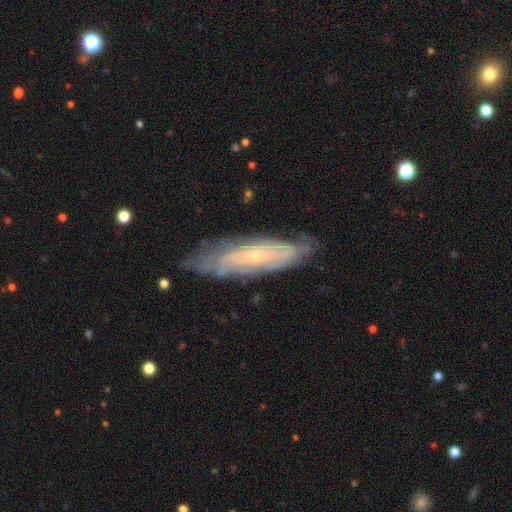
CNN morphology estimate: Smooth or featured? Predicted: featured or disk (p=0.74). Edge-on disk? Predicted: no (p=0.75). Bar? Predicted: no (p=0.74). Spiral arms? Predicted: yes (p=0.87). Bulge size? Predicted: small (p=0.80). Merging? Predicted: none (p=0.73).